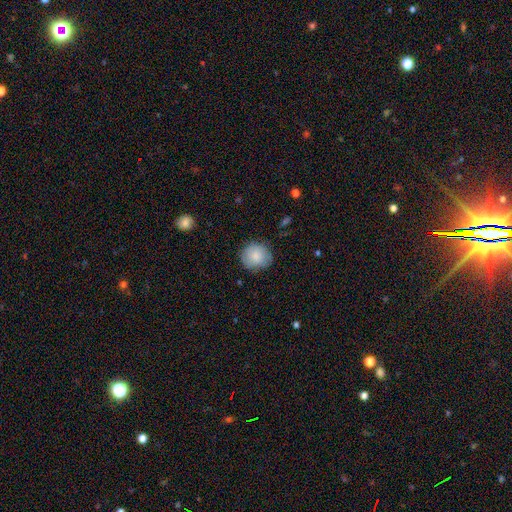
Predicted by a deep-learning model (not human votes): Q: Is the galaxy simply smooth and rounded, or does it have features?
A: smooth — 83%.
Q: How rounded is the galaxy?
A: round — 86%.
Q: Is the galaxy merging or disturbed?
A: none — 82%.